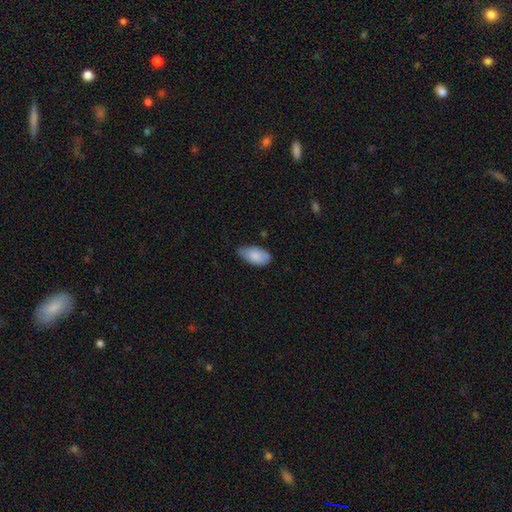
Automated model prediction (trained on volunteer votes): Overall: smooth (84%). How rounded: in between (94%). Merging: none (55%; minor disturbance 38%).